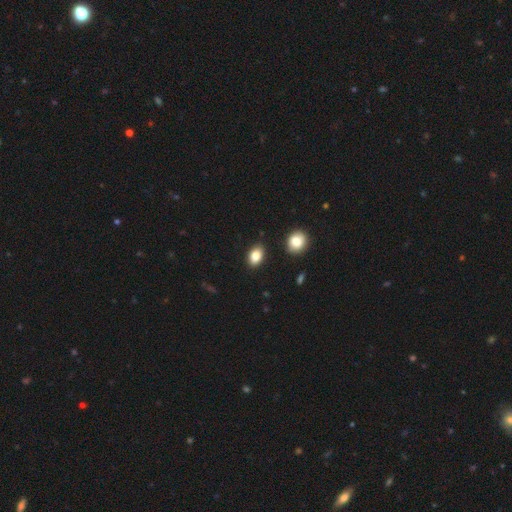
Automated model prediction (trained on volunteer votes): This appears to be a smooth galaxy with no disk features (85%) that is in between round and cigar-shaped (84%). Merging: none (86%).